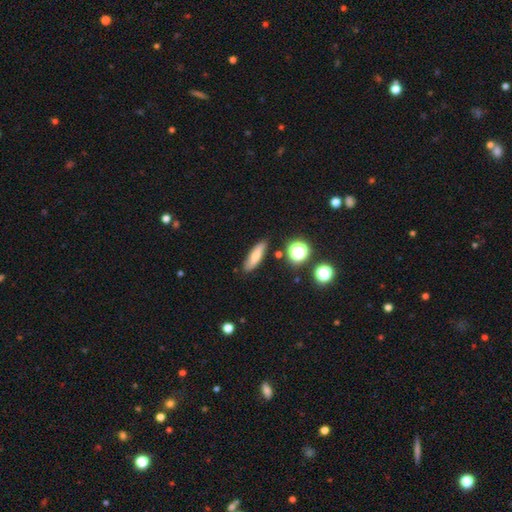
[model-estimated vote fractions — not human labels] Morphology: type=smooth (67%); roundness=cigar-shaped (59%); merging=none (83%).